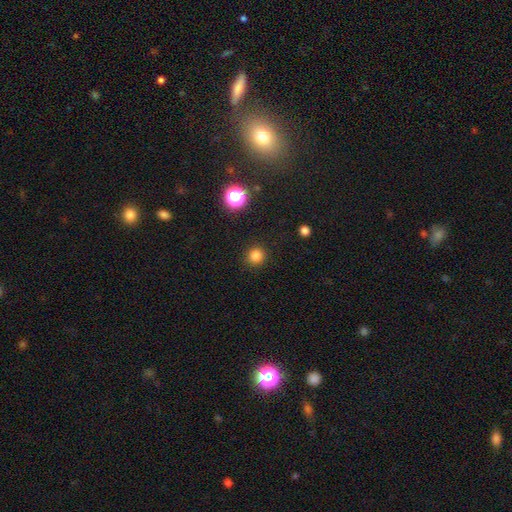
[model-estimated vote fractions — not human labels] smooth 82%, star or artifact 14%, featured or disk 4%. Down the decision tree: how rounded — round (94%); merging — none (91%).